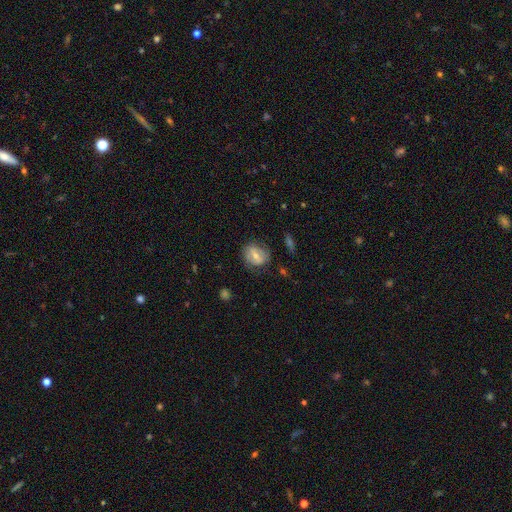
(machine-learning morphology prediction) This appears to be a smooth galaxy with no disk features (47%). Merging: none (68%).